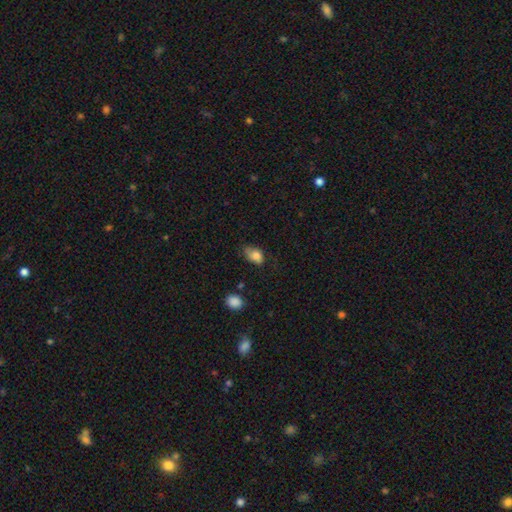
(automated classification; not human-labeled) Overall: smooth (82%). How rounded: in between (83%). Merging: none (46%; minor disturbance 38%).